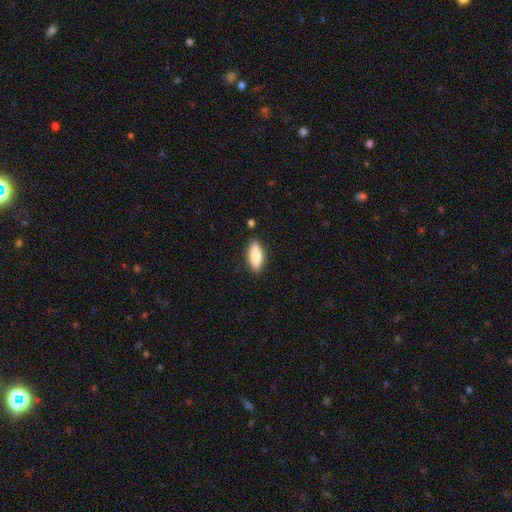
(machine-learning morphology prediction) The model was most divided on "how rounded": in between: 71%, cigar-shaped: 27%, round: 2%. More confident: merging — none (85%); smooth or featured — smooth (81%).